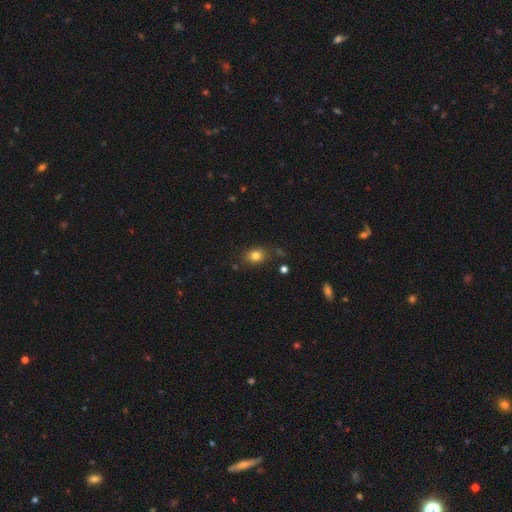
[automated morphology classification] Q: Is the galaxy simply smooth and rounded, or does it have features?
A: smooth — 80%.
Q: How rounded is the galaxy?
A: round — 51%.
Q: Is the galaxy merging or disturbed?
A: none — 80%.